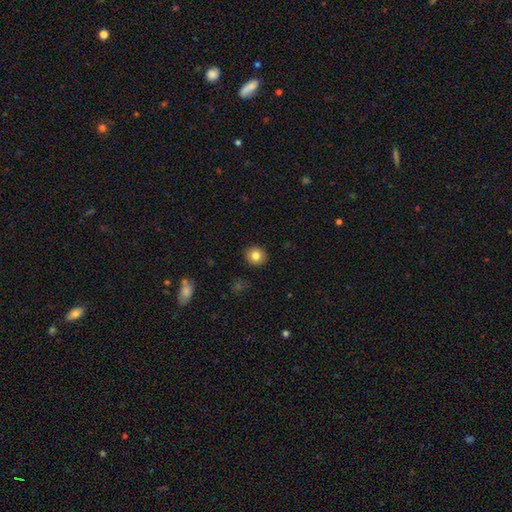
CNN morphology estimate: Q: Smooth or featured?
A: smooth (81%); runner-up: star or artifact (10%)
Q: How rounded?
A: round (88%); runner-up: in between (11%)
Q: Merging?
A: none (92%); runner-up: minor disturbance (5%)